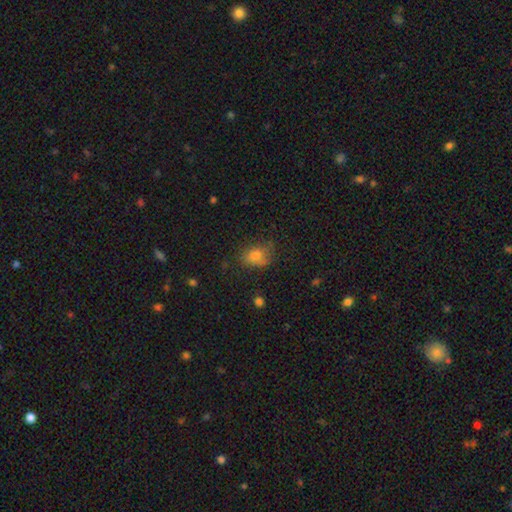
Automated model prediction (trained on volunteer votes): Q: Smooth or featured?
A: smooth (77%); runner-up: star or artifact (13%)
Q: How rounded?
A: in between (64%); runner-up: round (34%)
Q: Merging?
A: none (65%); runner-up: minor disturbance (24%)